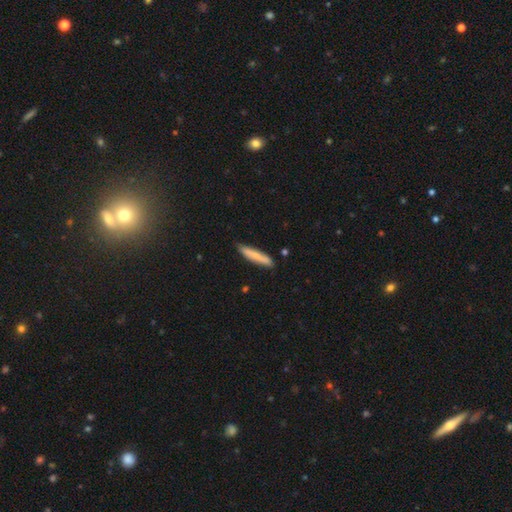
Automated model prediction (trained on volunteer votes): A smooth galaxy with no disk features (71%) that is cigar-shaped (88%). Merging: none (81%).